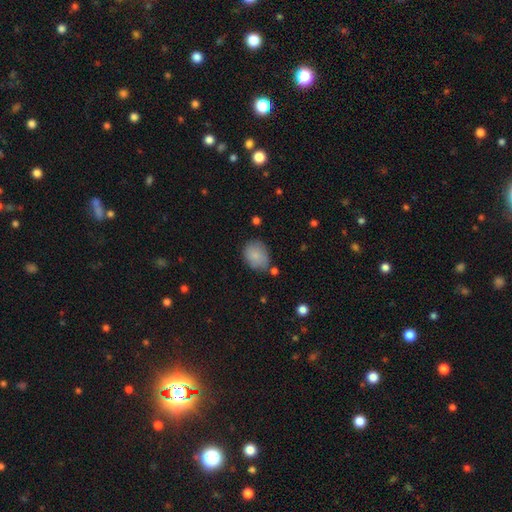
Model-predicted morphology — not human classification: type=smooth (84%); roundness=in between (57%); merging=none (68%).